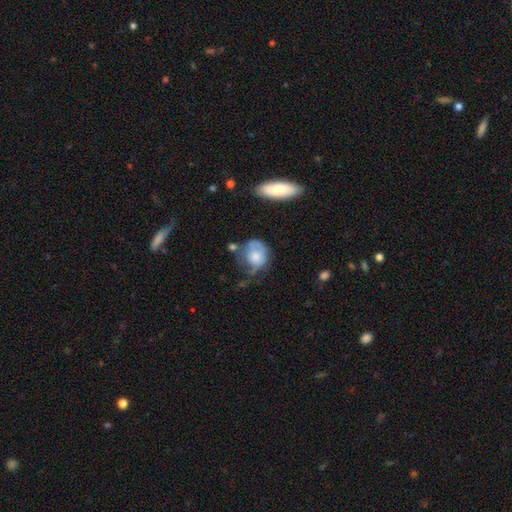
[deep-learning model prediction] Smooth or featured: smooth — 63% (featured or disk — 29%)
How rounded: round — 53% (in between — 45%)
Merging: minor disturbance — 31% (major disturbance — 30%)